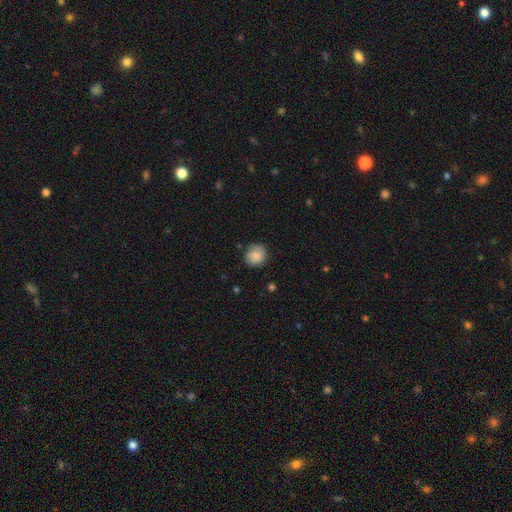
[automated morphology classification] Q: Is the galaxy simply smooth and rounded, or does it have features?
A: smooth — 86%.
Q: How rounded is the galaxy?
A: round — 87%.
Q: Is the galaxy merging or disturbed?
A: none — 77%.